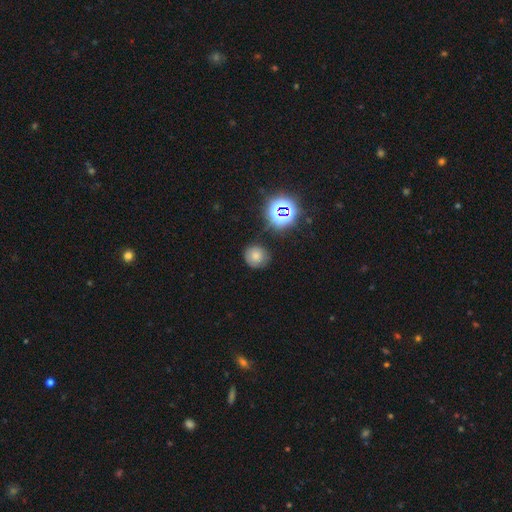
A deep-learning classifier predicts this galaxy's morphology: Smooth or featured: smooth — 70% (star or artifact — 19%)
How rounded: round — 89% (in between — 10%)
Merging: none — 80% (minor disturbance — 14%)